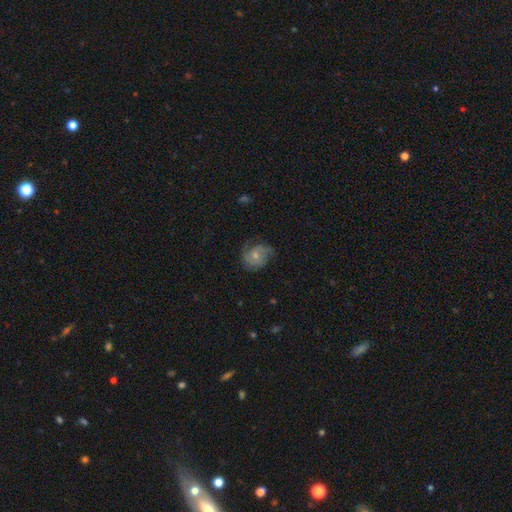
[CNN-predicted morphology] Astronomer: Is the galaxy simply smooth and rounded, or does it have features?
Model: featured or disk — 62%.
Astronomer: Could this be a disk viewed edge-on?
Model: no — 98%.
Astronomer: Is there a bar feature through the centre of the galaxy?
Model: no — 73%.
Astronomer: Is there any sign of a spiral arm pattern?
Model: yes — 88%.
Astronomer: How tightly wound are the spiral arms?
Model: medium — 41%, tied with tight at 41%.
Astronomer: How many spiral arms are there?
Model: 2 — 44% (runner-up: can't tell, 24%).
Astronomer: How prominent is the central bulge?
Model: small — 54% (runner-up: moderate, 40%).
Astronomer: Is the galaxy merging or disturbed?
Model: none — 60%.